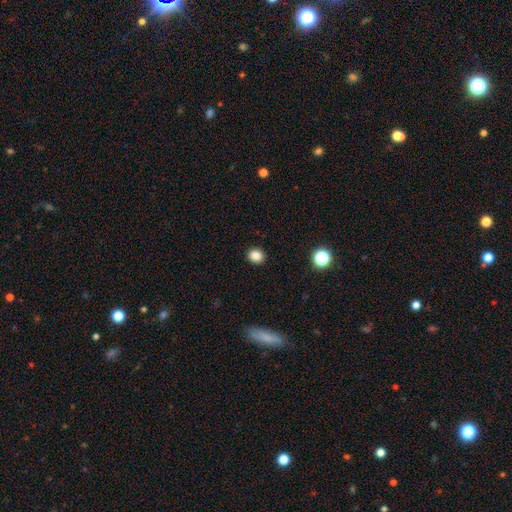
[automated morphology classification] This appears to be a smooth galaxy with no disk features (85%) that is round (79%). Merging: none (92%).